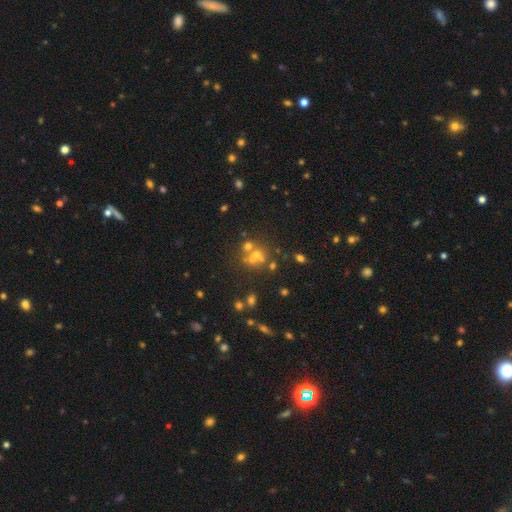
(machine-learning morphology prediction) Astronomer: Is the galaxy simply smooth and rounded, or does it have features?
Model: smooth — 42% (runner-up: star or artifact, 35%).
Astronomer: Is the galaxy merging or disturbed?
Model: none — 49% (runner-up: merger, 35%).